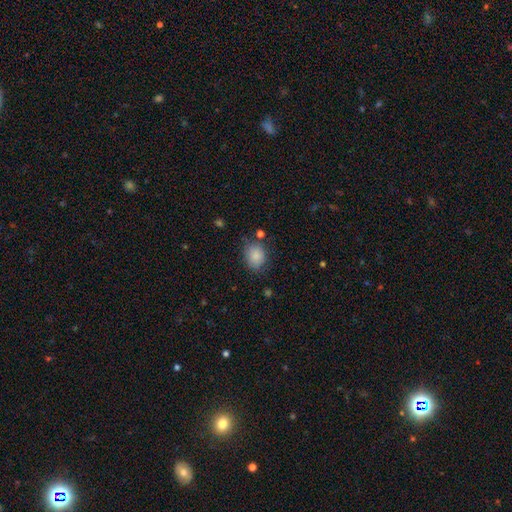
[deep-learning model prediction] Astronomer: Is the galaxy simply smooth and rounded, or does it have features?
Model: smooth — 85%.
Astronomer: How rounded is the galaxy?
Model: in between — 53% (runner-up: round, 46%).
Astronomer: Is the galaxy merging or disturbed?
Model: none — 72%.